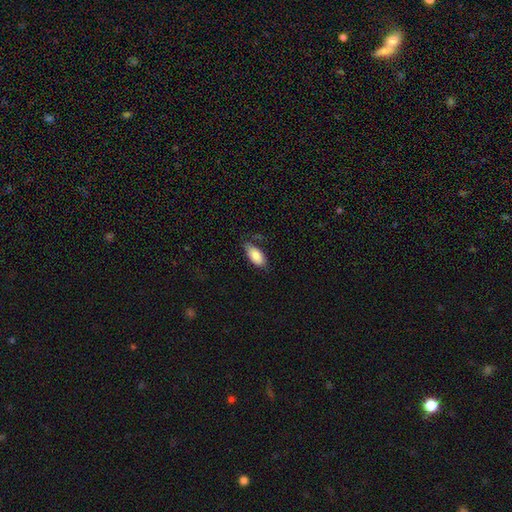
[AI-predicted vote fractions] A smooth galaxy with no disk features (85%) that is in between round and cigar-shaped (91%). Merging: none (64%).